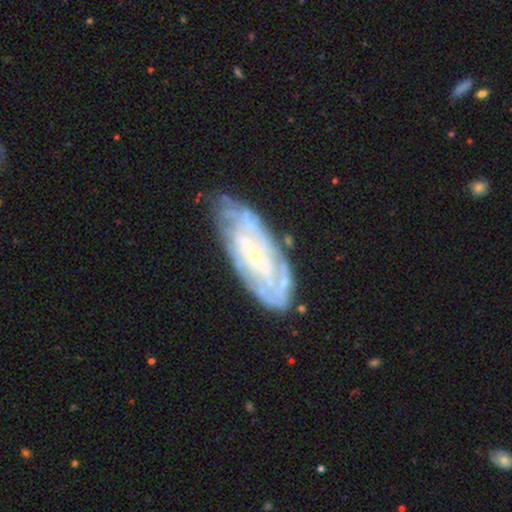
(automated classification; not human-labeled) smooth-or-featured: featured or disk: 78% | smooth: 15% | star or artifact: 7%
  disk-edge-on: no: 90% | yes: 10%
    bar: no: 69% | weak: 24% | strong: 7%
    has-spiral-arms: yes: 85% | no: 15%
      spiral-winding: tight: 73% | medium: 21% | loose: 6%
      spiral-arm-count: can't tell: 57% | 2: 14% | 4: 10% | 3: 9% | more than 4: 6% | 1: 4%
    bulge-size: small: 83% | moderate: 11% | none: 5% | large: 1% | dominant: 1%
  merging: none: 68% | minor disturbance: 23% | major disturbance: 7% | merger: 3%